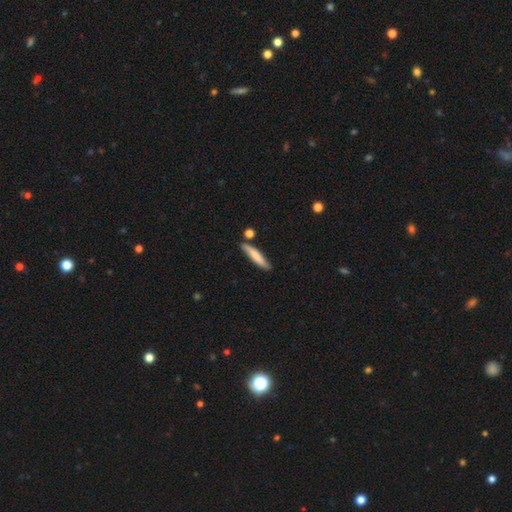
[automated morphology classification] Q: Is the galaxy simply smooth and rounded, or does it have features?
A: smooth — 71%.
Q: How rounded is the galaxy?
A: cigar-shaped — 88%.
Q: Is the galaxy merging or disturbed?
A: none — 76%.